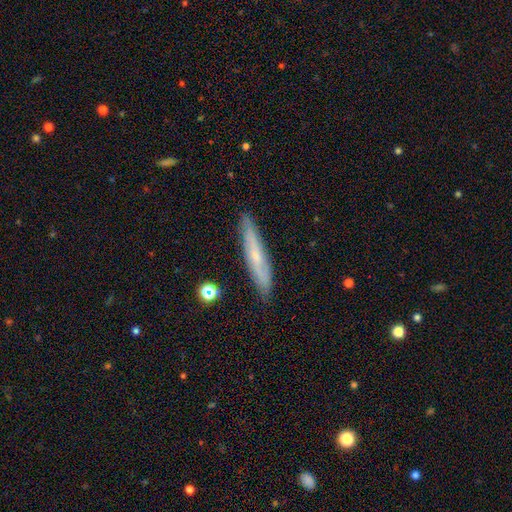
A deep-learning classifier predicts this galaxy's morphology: A featured or disk galaxy (49%).

Vote fractions:
- Smooth or featured? featured or disk: 49% / smooth: 44% / star or artifact: 7%
- Merging? none: 86% / minor disturbance: 11% / major disturbance: 2% / merger: 1%